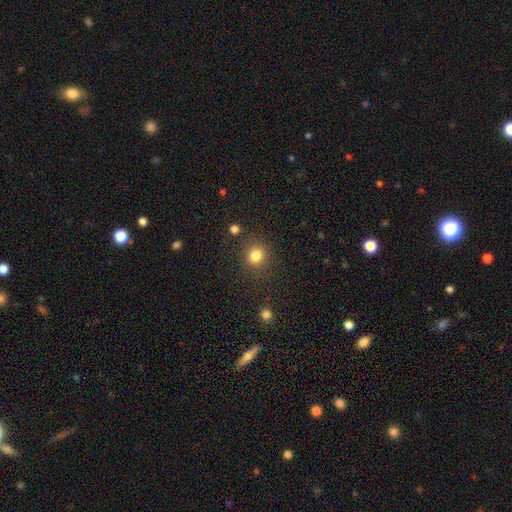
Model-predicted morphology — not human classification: Smooth or featured?
  - smooth: 82% *
  - star or artifact: 13%
  - featured or disk: 5%
How rounded?
  - round: 89% *
  - in between: 10%
  - cigar-shaped: 1%
Merging?
  - none: 85% *
  - minor disturbance: 8%
  - merger: 3%
  - major disturbance: 3%